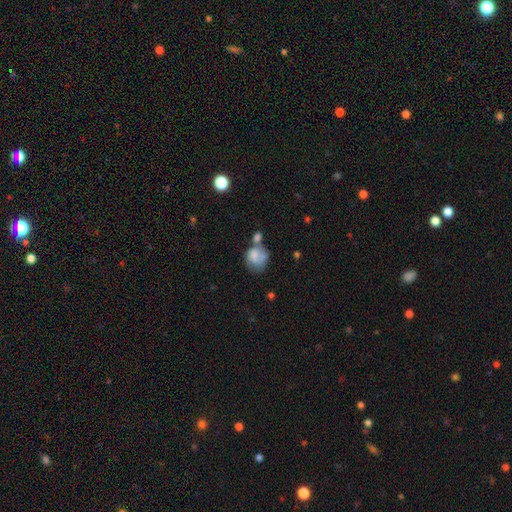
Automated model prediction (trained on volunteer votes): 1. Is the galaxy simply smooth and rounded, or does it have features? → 55% smooth, 36% featured or disk, 9% star or artifact.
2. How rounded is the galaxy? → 57% round, 42% in between, 1% cigar-shaped.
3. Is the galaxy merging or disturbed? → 32% merger, 29% none, 20% minor disturbance, 19% major disturbance.